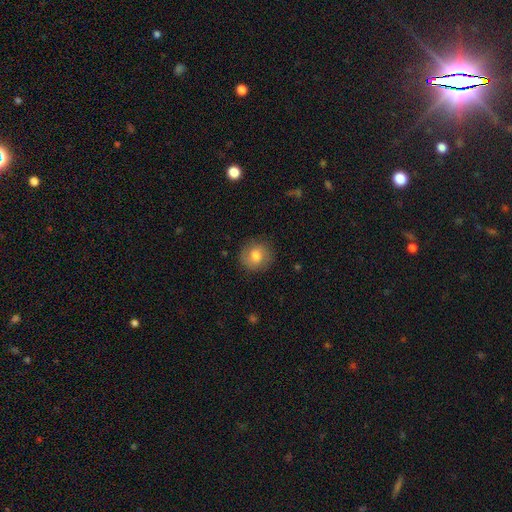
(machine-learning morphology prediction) A smooth galaxy with no disk features (70%) that is round (89%).

Vote fractions:
- Smooth or featured? smooth: 70% / featured or disk: 22% / star or artifact: 9%
- How rounded? round: 89% / in between: 10% / cigar-shaped: 1%
- Merging? none: 86% / minor disturbance: 10% / major disturbance: 3% / merger: 1%